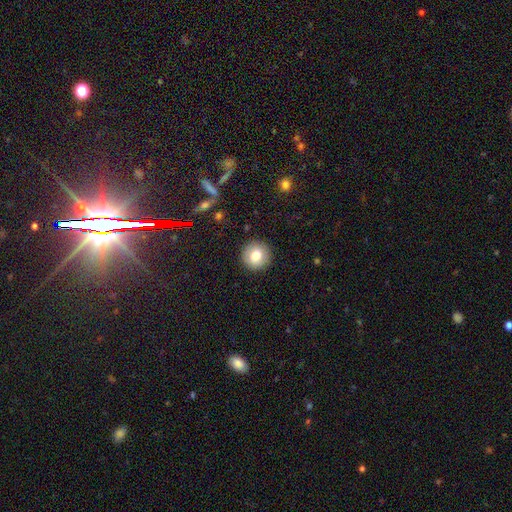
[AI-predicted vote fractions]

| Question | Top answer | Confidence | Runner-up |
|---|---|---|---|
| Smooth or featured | smooth | 79% | featured or disk (12%) |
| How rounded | round | 94% | in between (5%) |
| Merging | none | 91% | minor disturbance (6%) |